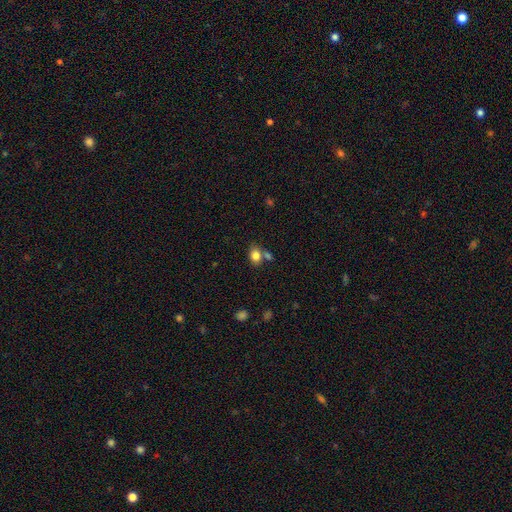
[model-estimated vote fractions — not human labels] A smooth galaxy with no disk features (82%) that is in between round and cigar-shaped (67%).

Vote fractions:
- Smooth or featured? smooth: 82% / star or artifact: 10% / featured or disk: 8%
- How rounded? in between: 67% / round: 32% / cigar-shaped: 1%
- Merging? none: 60% / merger: 23% / minor disturbance: 13% / major disturbance: 4%